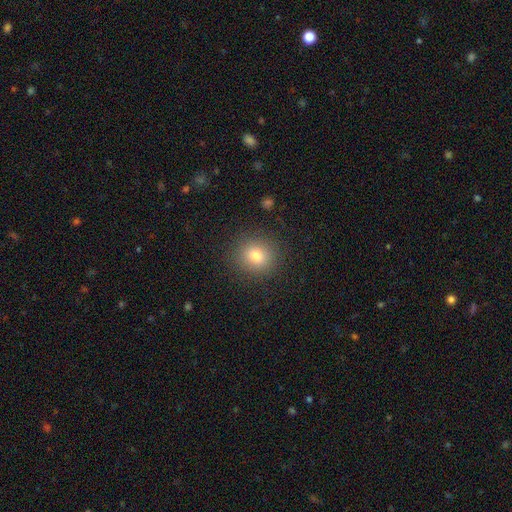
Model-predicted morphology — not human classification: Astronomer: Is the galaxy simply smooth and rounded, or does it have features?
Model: smooth — 78%.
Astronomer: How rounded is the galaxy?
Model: round — 88%.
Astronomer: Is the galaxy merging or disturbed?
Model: none — 89%.